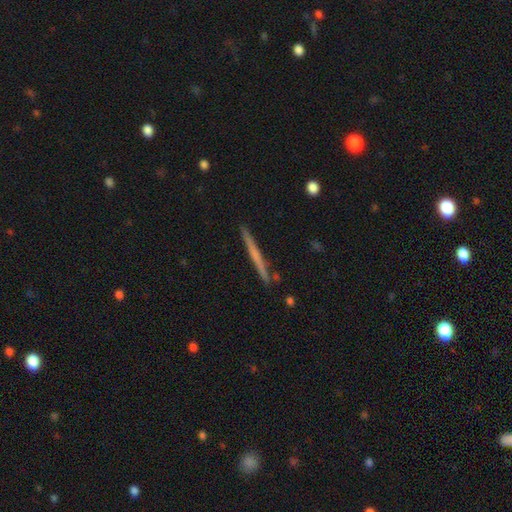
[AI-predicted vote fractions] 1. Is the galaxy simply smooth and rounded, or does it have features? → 48% featured or disk, 46% smooth, 6% star or artifact.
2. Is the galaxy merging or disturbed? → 90% none, 7% minor disturbance, 2% merger, 1% major disturbance.